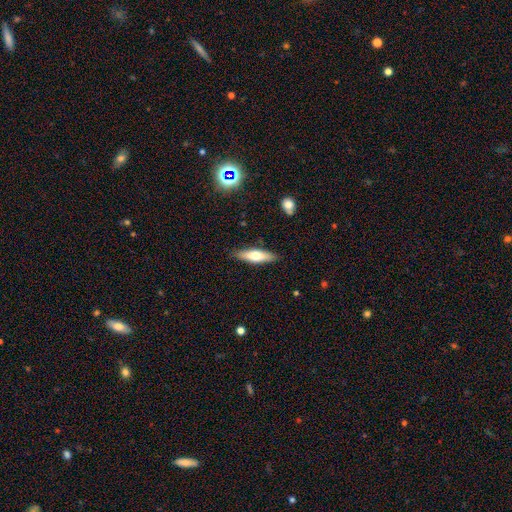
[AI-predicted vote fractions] Smooth or featured? Predicted: smooth (p=0.60). How rounded? Predicted: cigar-shaped (p=0.58). Merging? Predicted: none (p=0.86).